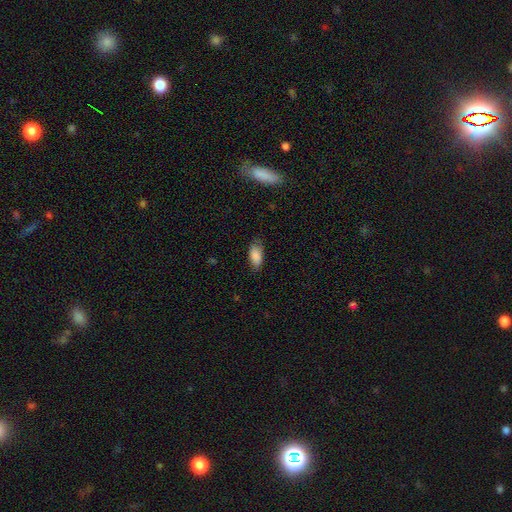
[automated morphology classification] A smooth galaxy with no disk features (87%) that is in between round and cigar-shaped (89%). Merging: none (69%).